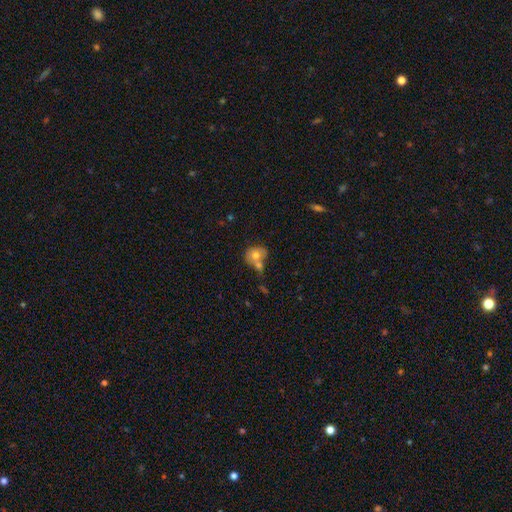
Morphology: type=smooth (59%); roundness=round (50%, tied with in between); merging=merger (36%).